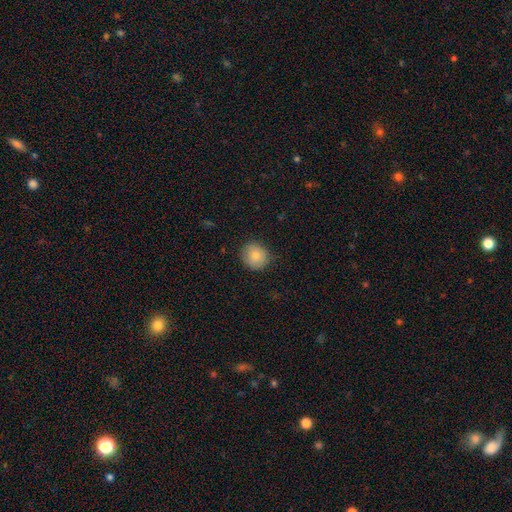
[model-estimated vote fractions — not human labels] This appears to be a smooth galaxy with no disk features (80%) that is round (85%). Merging: none (83%).